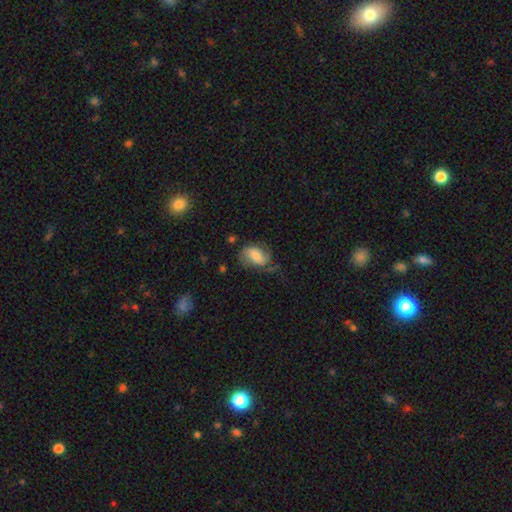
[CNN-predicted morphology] Smooth or featured?
  - smooth: 50% *
  - featured or disk: 42%
  - star or artifact: 8%
Merging?
  - none: 39% *
  - major disturbance: 29%
  - minor disturbance: 28%
  - merger: 3%